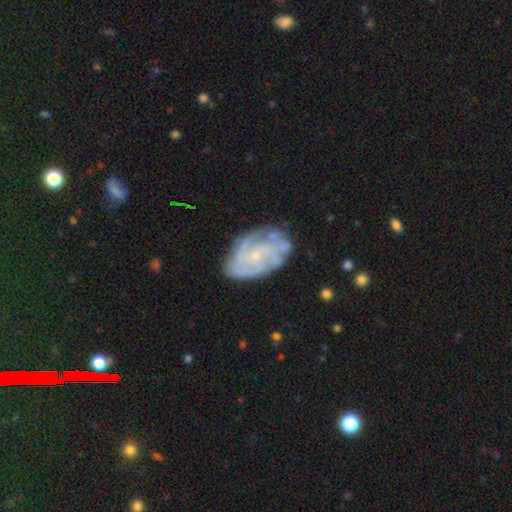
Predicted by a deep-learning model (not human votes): Smooth or featured: featured or disk — 75% (smooth — 18%)
Edge-on disk: no — 97% (yes — 3%)
Bar: no — 74% (weak — 23%)
Spiral arms: yes — 85% (no — 15%)
Spiral winding: tight — 56% (medium — 32%)
Spiral arm count: can't tell — 43% (4 — 18%)
Bulge size: small — 74% (moderate — 17%)
Merging: none — 71% (minor disturbance — 20%)